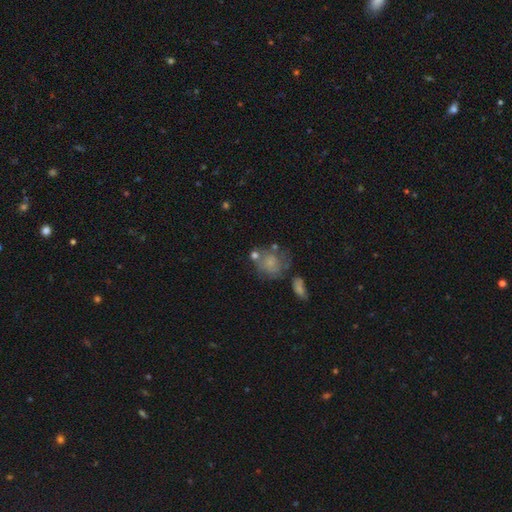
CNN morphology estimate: Overall: smooth (52%; featured or disk 33%). How rounded: round (67%; in between 31%). Merging: none (44%; minor disturbance 22%).